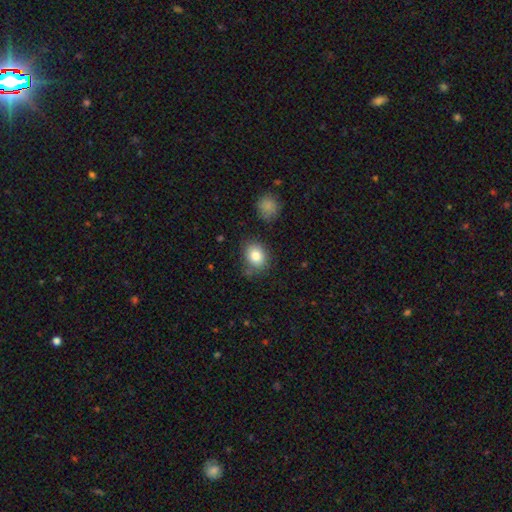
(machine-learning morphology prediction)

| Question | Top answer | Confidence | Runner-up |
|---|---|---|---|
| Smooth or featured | smooth | 83% | star or artifact (9%) |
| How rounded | in between | 52% | round (47%) |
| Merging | none | 76% | minor disturbance (16%) |